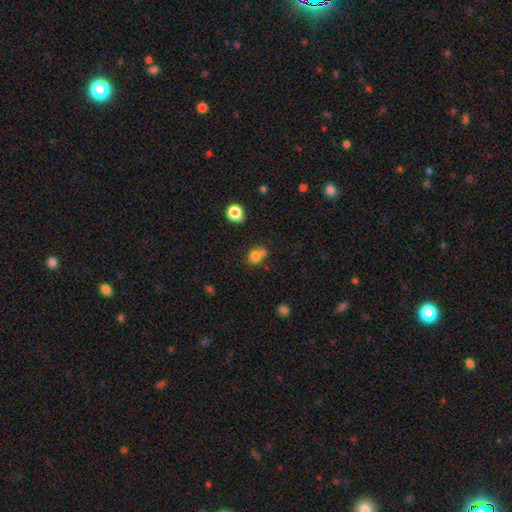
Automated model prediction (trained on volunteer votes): smooth 78%, star or artifact 12%, featured or disk 10%. Down the decision tree: how rounded — in between (57%); merging — none (52%).